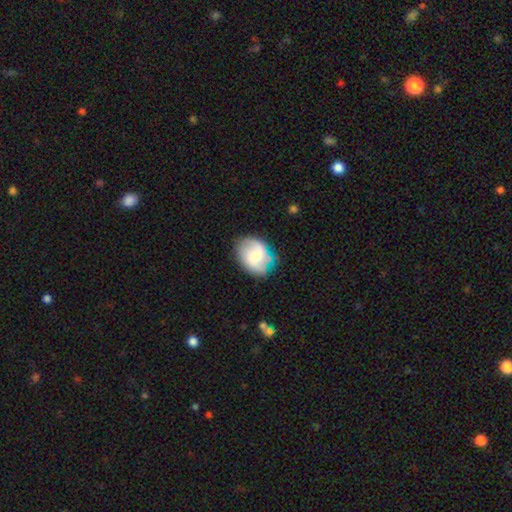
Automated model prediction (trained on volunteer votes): The model was most divided on "smooth or featured": featured or disk: 48%, smooth: 44%, star or artifact: 8%. More confident: merging — none (68%).